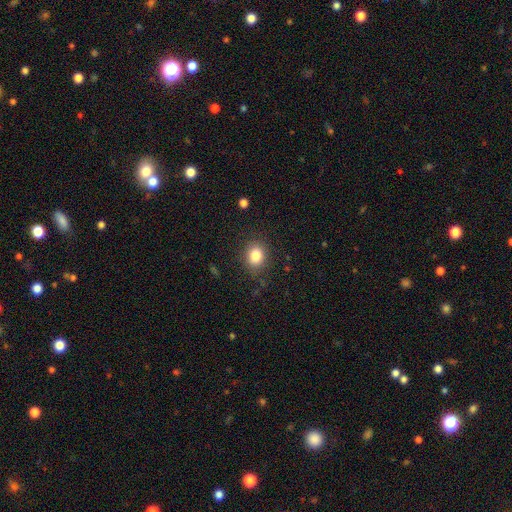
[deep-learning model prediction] smooth 83%, star or artifact 11%, featured or disk 7%. Down the decision tree: how rounded — round (56%); merging — none (85%).